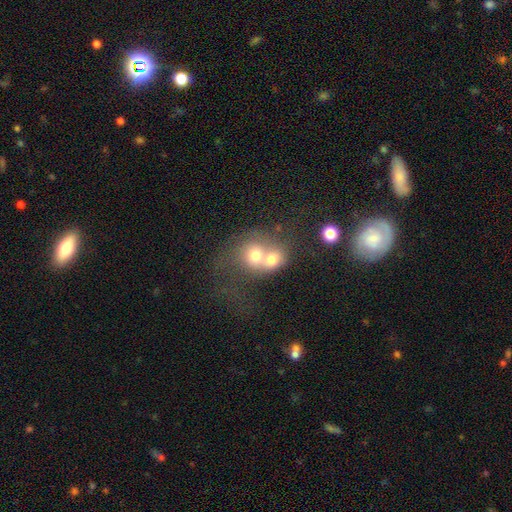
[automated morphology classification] This is likely a smooth galaxy (64%). How rounded: likely round (71%). Merging: likely merger (74%).